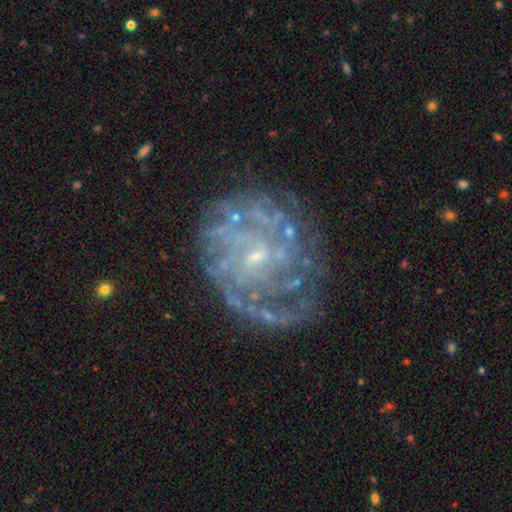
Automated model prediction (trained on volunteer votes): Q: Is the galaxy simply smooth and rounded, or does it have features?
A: featured or disk — 82%.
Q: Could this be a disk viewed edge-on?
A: no — 98%.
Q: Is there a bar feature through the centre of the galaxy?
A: no — 58%.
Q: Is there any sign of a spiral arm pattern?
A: yes — 85%.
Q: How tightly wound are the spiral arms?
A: tight — 58%.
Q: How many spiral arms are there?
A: can't tell — 47%.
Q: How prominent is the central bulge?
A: small — 74%.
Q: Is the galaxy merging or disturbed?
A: none — 67%.